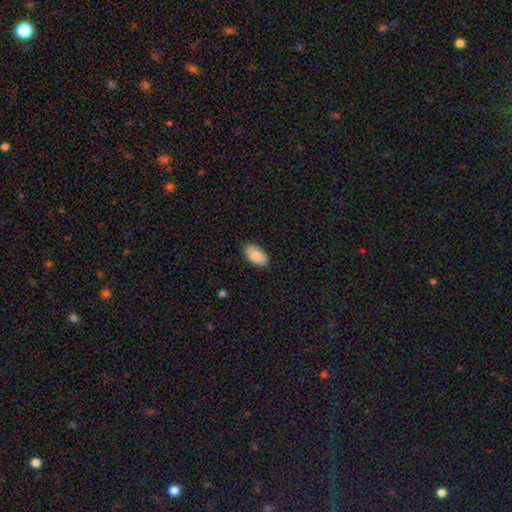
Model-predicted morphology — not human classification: This is clearly a smooth galaxy (87%). How rounded: clearly in between (95%). Merging: clearly none (85%).